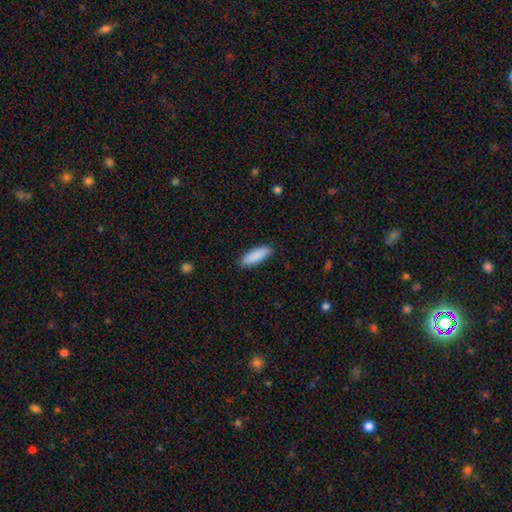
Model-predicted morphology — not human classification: smooth_or_featured: smooth (p=0.90) [alt: star or artifact p=0.05]
how_rounded: in between (p=0.49) [tied with: cigar-shaped p=0.49]
merging: none (p=0.90) [alt: minor disturbance p=0.07]